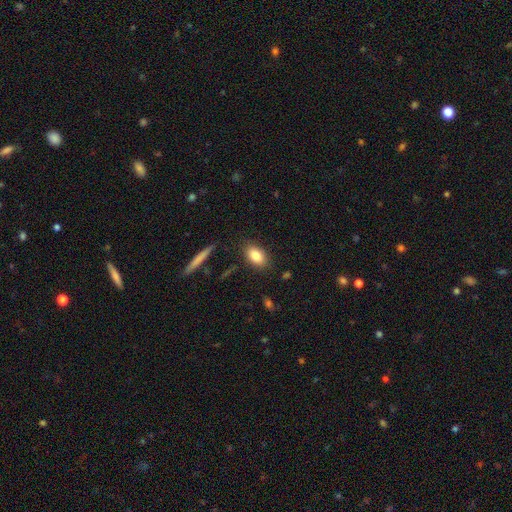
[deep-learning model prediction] Q: Smooth or featured?
A: smooth (82%); runner-up: featured or disk (9%)
Q: How rounded?
A: in between (86%); runner-up: round (11%)
Q: Merging?
A: none (85%); runner-up: minor disturbance (11%)